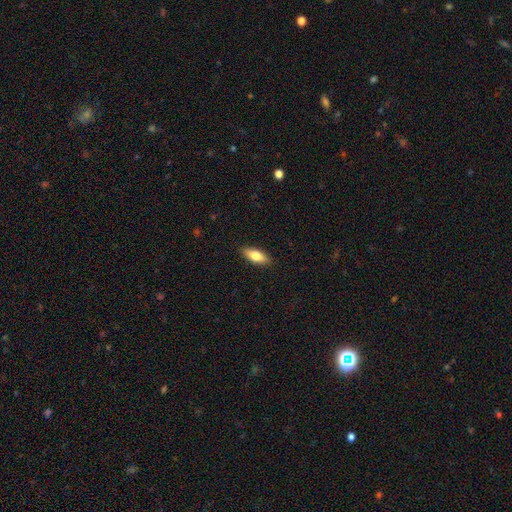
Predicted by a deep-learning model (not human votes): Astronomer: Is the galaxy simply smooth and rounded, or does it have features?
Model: smooth — 78%.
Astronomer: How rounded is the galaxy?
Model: in between — 76%.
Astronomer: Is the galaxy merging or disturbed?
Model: none — 89%.